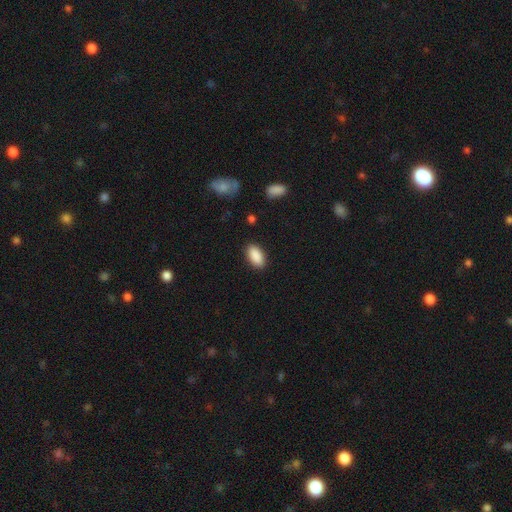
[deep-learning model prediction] smooth 90%, star or artifact 7%, featured or disk 3%. Down the decision tree: how rounded — in between (93%); merging — none (88%).